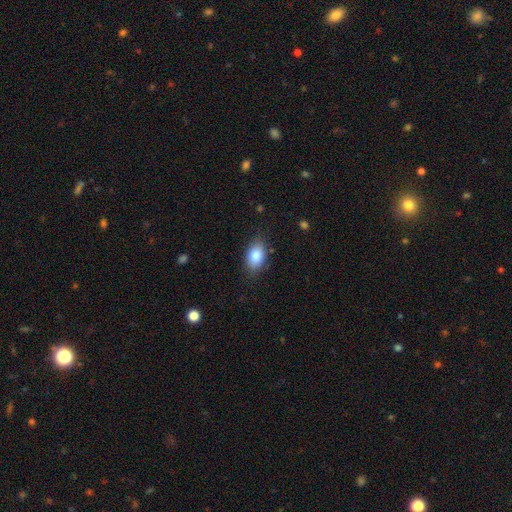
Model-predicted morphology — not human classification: Smooth or featured: smooth — 85% (featured or disk — 8%)
How rounded: in between — 90% (round — 8%)
Merging: none — 82% (minor disturbance — 14%)